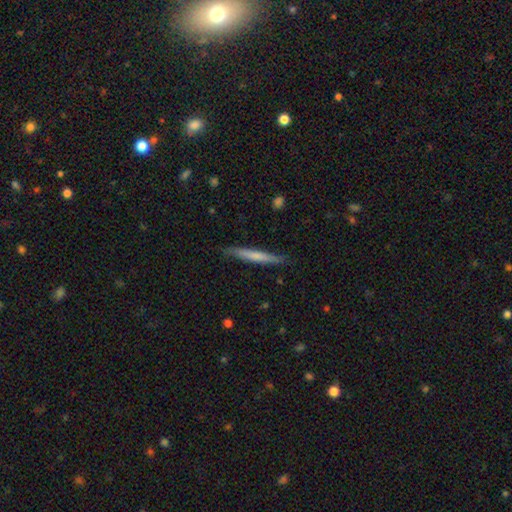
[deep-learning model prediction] A smooth galaxy with no disk features (59%) that is cigar-shaped (96%). Merging: none (85%).